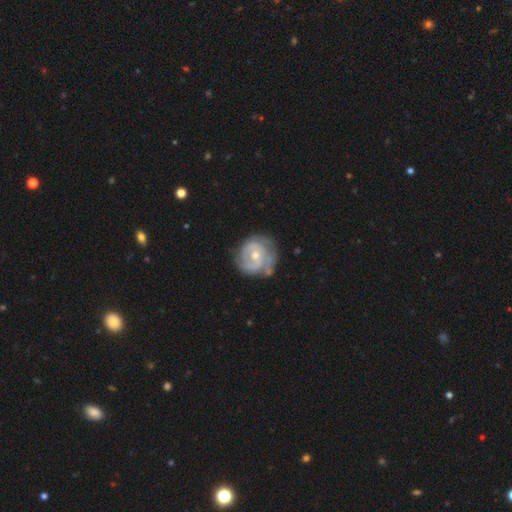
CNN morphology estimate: This appears to be a featured or disk galaxy (79%) with no bar (66%), 2 (40%) tight (61%) spiral arms (88%) and a moderate central bulge (52%). Merging: none (58%).